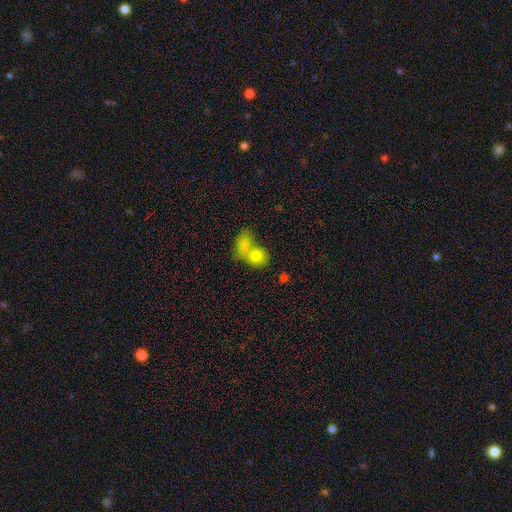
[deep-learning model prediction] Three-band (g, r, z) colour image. It shows a smooth galaxy with no disk features (79%) that is round (55%). Merging: merger (61%).